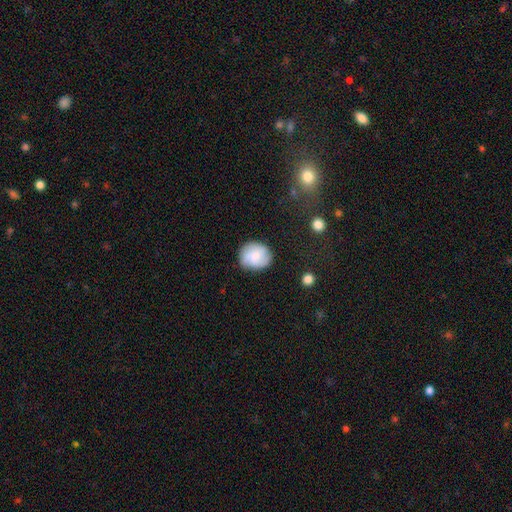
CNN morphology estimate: Q: Smooth or featured?
A: smooth (63%); runner-up: featured or disk (29%)
Q: How rounded?
A: round (75%); runner-up: in between (24%)
Q: Merging?
A: none (78%); runner-up: minor disturbance (16%)